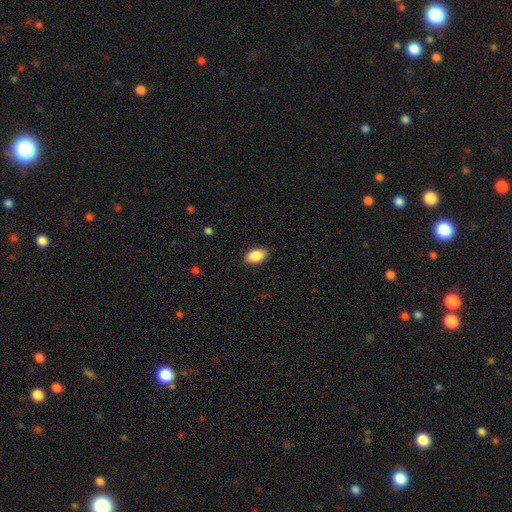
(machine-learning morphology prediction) smooth 89%, star or artifact 7%, featured or disk 4%. Down the decision tree: how rounded — in between (92%); merging — none (88%).